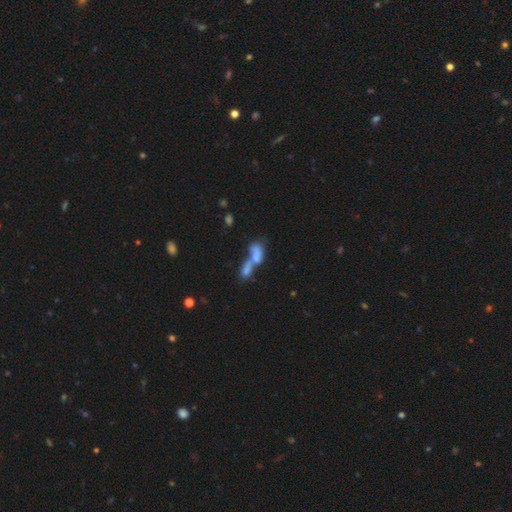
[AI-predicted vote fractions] Q: Smooth or featured?
A: smooth (64%); runner-up: featured or disk (24%)
Q: How rounded?
A: in between (70%); runner-up: cigar-shaped (21%)
Q: Merging?
A: merger (72%); runner-up: none (14%)